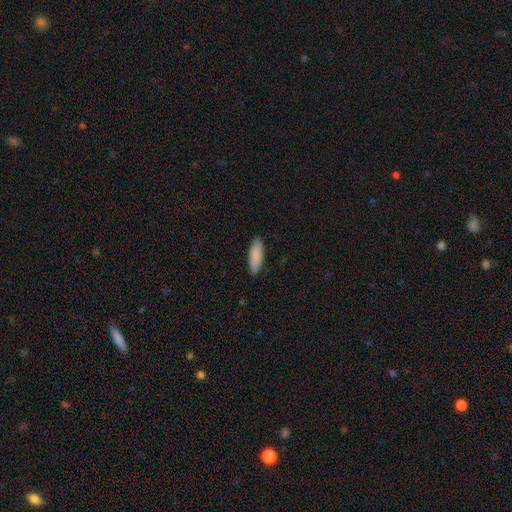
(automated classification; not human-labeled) A smooth galaxy with no disk features (88%) that is in between round and cigar-shaped (56%).

Vote fractions:
- Smooth or featured? smooth: 88% / featured or disk: 6% / star or artifact: 6%
- How rounded? in between: 56% / cigar-shaped: 42% / round: 2%
- Merging? none: 87% / minor disturbance: 10% / major disturbance: 2% / merger: 1%